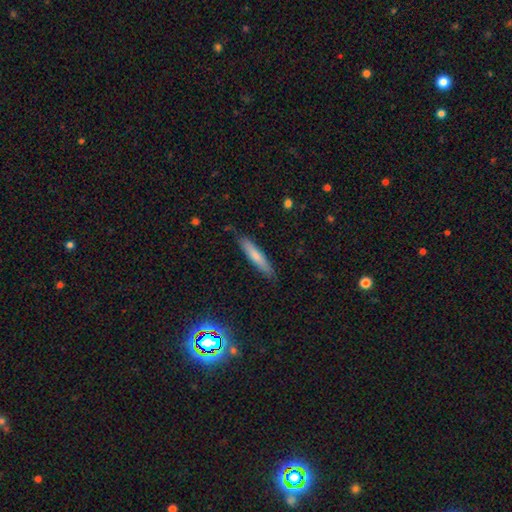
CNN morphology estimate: A smooth galaxy with no disk features (71%) that is cigar-shaped (90%). Merging: none (85%).